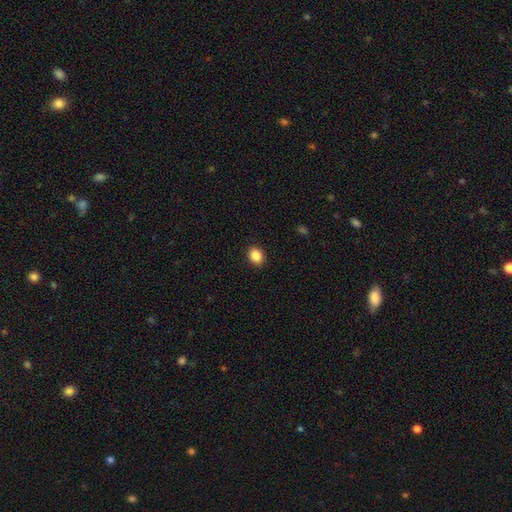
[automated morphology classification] This is clearly a smooth galaxy (88%). How rounded: possibly in between (52%). Merging: clearly none (90%).